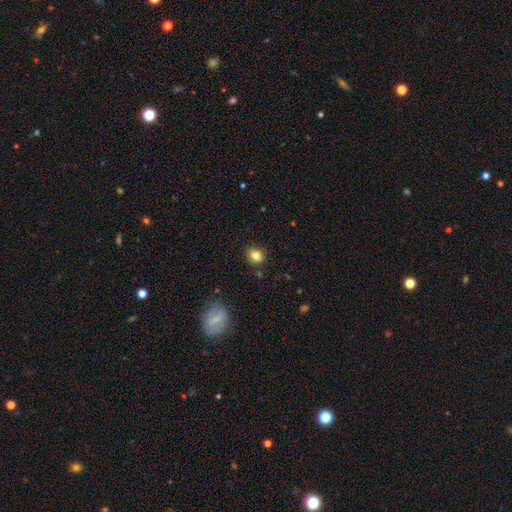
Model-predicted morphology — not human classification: Smooth or featured: smooth — 83% (star or artifact — 11%)
How rounded: round — 55% (in between — 44%)
Merging: none — 81% (minor disturbance — 14%)